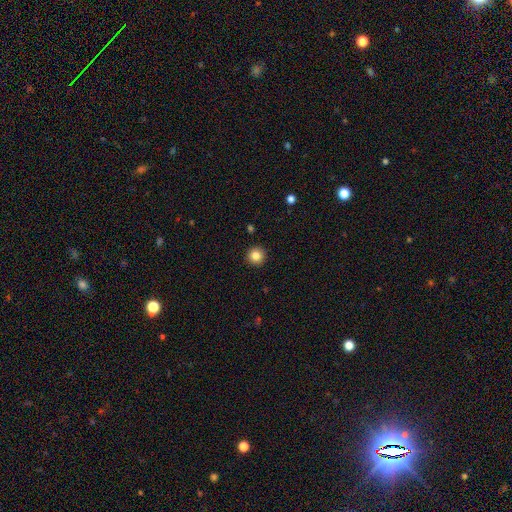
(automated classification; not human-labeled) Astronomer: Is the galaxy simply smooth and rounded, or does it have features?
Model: smooth — 84%.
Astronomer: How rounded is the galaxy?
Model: round — 96%.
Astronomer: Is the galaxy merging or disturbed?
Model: none — 93%.